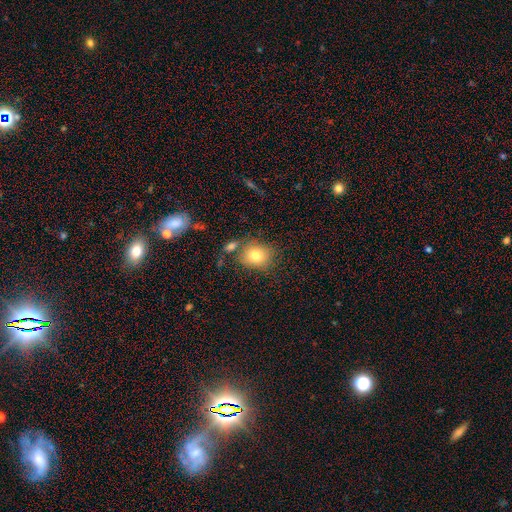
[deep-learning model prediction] The model was most divided on "how rounded": round: 67%, in between: 32%, cigar-shaped: 1%. More confident: smooth or featured — smooth (79%); merging — none (67%).